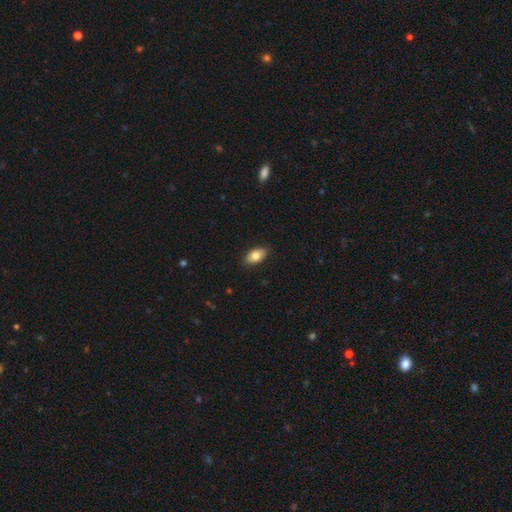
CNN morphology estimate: Overall: smooth (80%). How rounded: in between (92%). Merging: none (87%).